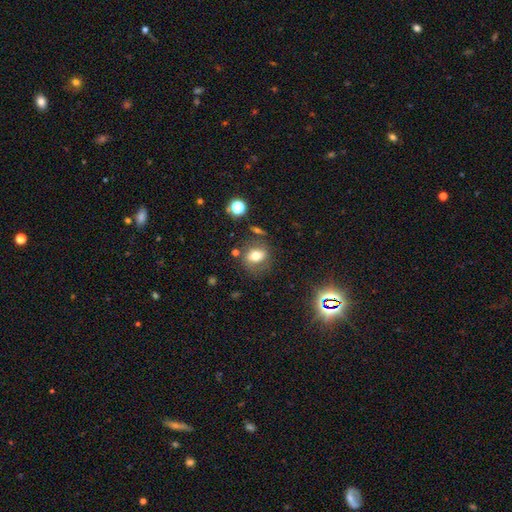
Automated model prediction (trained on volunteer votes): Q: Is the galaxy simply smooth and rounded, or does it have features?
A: smooth — 65%.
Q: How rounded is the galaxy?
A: in between — 54%.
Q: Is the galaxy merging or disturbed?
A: none — 68%.